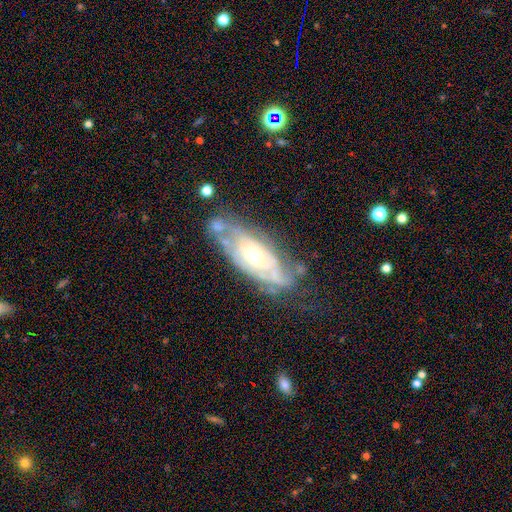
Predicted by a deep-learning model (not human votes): Smooth or featured? Predicted: featured or disk (p=0.80). Edge-on disk? Predicted: no (p=0.87). Bar? Predicted: no (p=0.62). Spiral arms? Predicted: yes (p=0.82). Spiral winding? Predicted: tight (p=0.64). Spiral arm count? Predicted: can't tell (p=0.55). Bulge size? Predicted: moderate (p=0.62). Merging? Predicted: none (p=0.53).